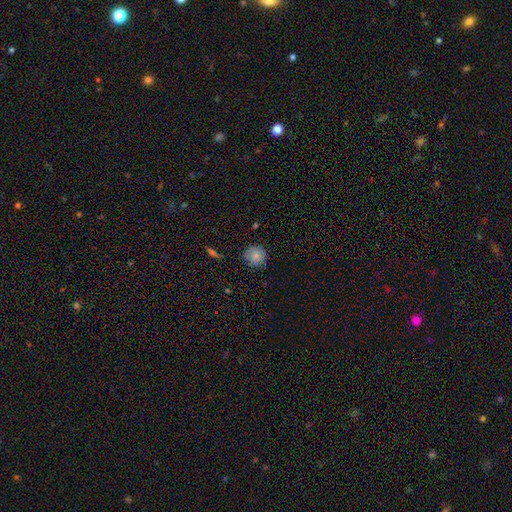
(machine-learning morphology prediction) A smooth galaxy with no disk features (81%) that is round (94%). Merging: none (81%).